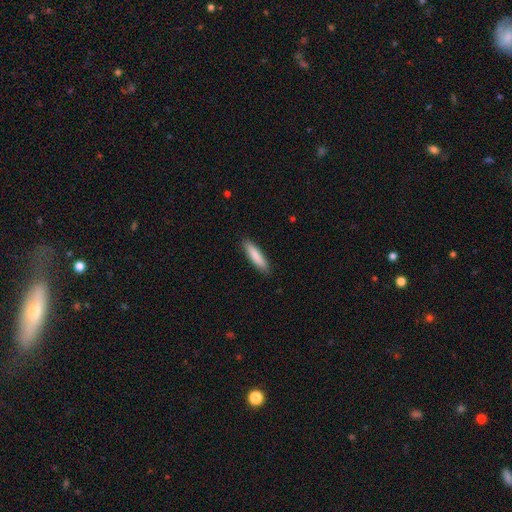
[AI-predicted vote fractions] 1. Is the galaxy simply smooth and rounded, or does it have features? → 85% smooth, 10% featured or disk, 6% star or artifact.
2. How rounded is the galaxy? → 78% cigar-shaped, 21% in between, 1% round.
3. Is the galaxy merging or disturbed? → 88% none, 9% minor disturbance, 2% major disturbance, 1% merger.